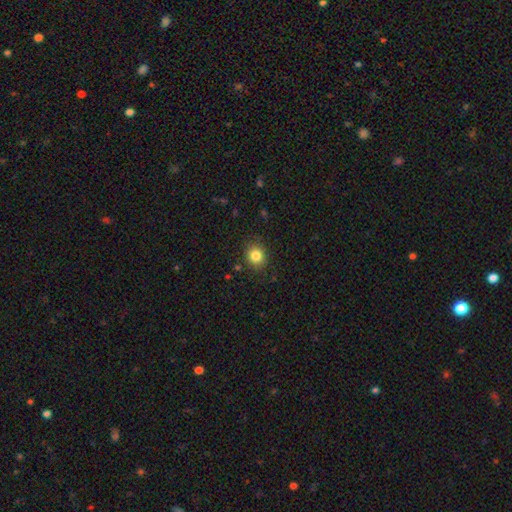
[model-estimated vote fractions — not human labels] Smooth or featured?
  - smooth: 83% *
  - star or artifact: 11%
  - featured or disk: 6%
How rounded?
  - round: 77% *
  - in between: 22%
  - cigar-shaped: 1%
Merging?
  - none: 87% *
  - minor disturbance: 9%
  - major disturbance: 3%
  - merger: 1%